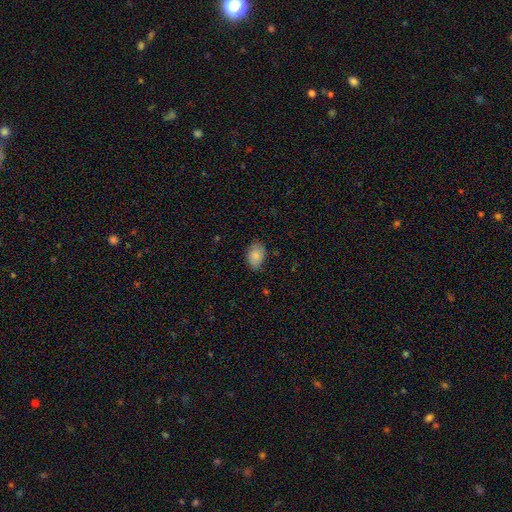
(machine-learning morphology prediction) Smooth or featured? Predicted: smooth (p=0.81). How rounded? Predicted: in between (p=0.86). Merging? Predicted: none (p=0.78).